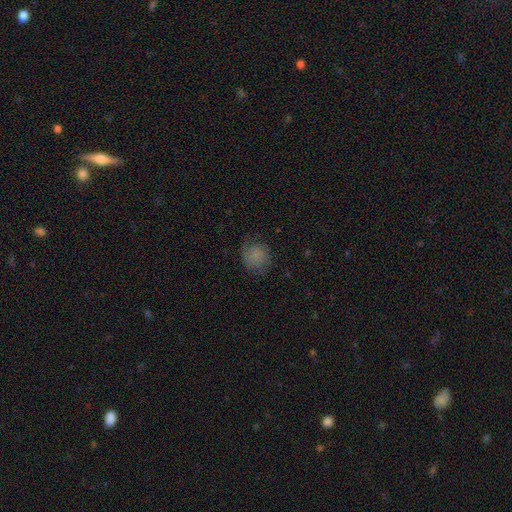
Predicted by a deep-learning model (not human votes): Morphology: type=smooth (75%); roundness=round (79%); merging=none (67%).